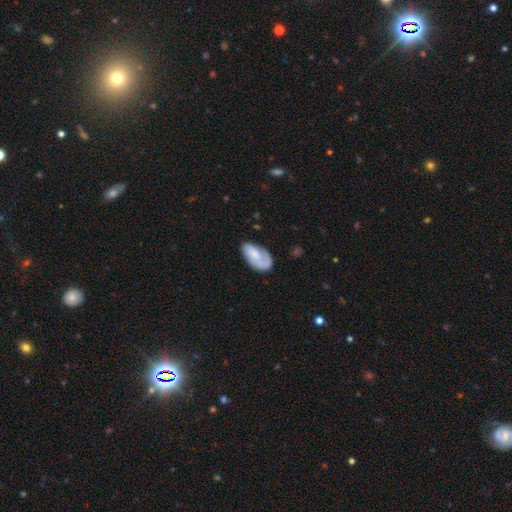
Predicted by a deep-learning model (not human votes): Overall: smooth (56%; featured or disk 38%). How rounded: in between (93%). Merging: none (56%; minor disturbance 27%).